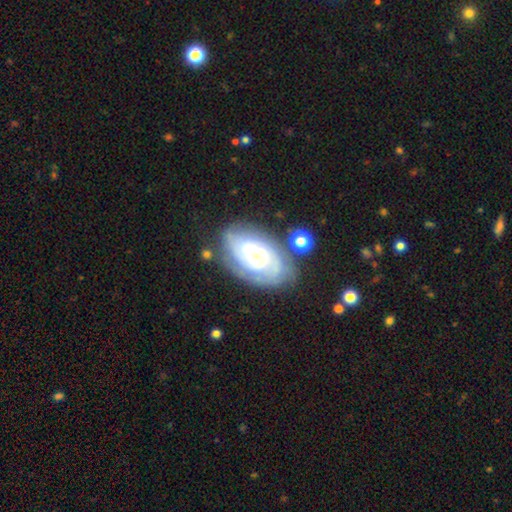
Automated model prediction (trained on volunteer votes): The model was most divided on "bar": no: 48%, weak: 41%, strong: 12%. Remaining: edge-on disk — no (96%); spiral arms — yes (89%); smooth or featured — featured or disk (73%); merging — none (64%); spiral winding — tight (61%); bulge size — moderate (42%); spiral arm count — can't tell (42%).